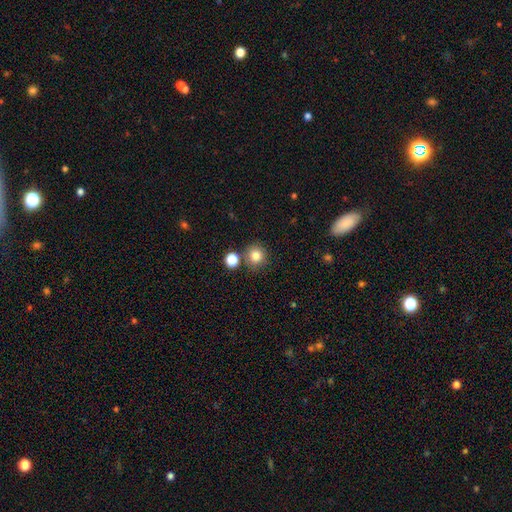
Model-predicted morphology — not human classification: smooth-or-featured: smooth: 83% | star or artifact: 12% | featured or disk: 6%
  how-rounded: round: 91% | in between: 8% | cigar-shaped: 1%
  merging: none: 78% | merger: 10% | minor disturbance: 9% | major disturbance: 3%